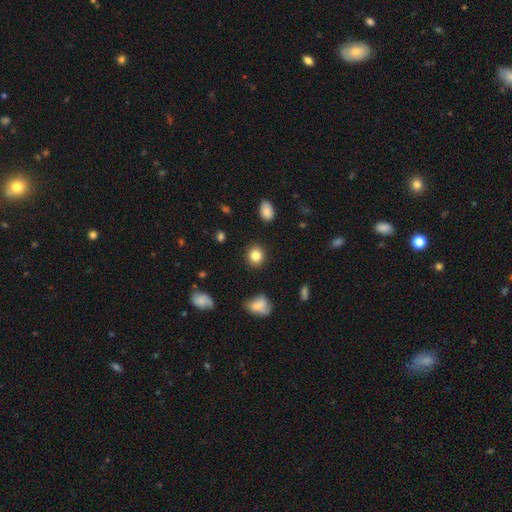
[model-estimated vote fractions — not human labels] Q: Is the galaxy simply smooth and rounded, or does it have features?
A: smooth — 84%.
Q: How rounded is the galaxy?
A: round — 83%.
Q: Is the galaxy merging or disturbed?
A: none — 90%.